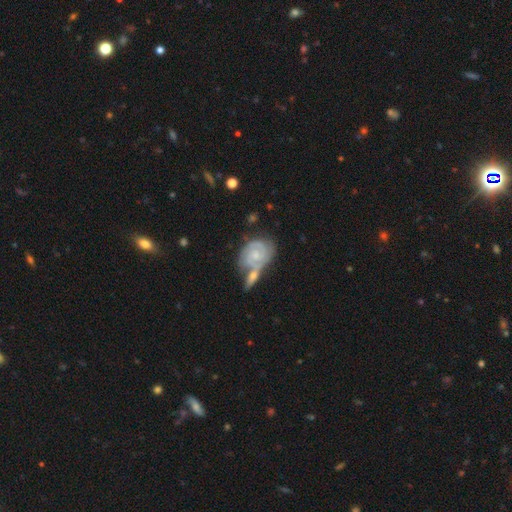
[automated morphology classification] Smooth or featured? featured or disk (78%)
Edge-on disk? no (96%)
Bar? no (66%)
Spiral arms? yes (93%)
Spiral winding? tight (63%)
Spiral arm count? 2 (57%)
Bulge size? small (55%)
Merging? merger (41%)